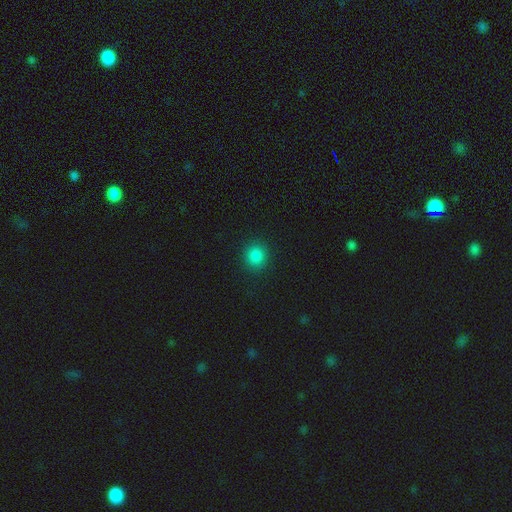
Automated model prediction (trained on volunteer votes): Morphology: type=smooth (85%); roundness=round (86%); merging=none (91%).